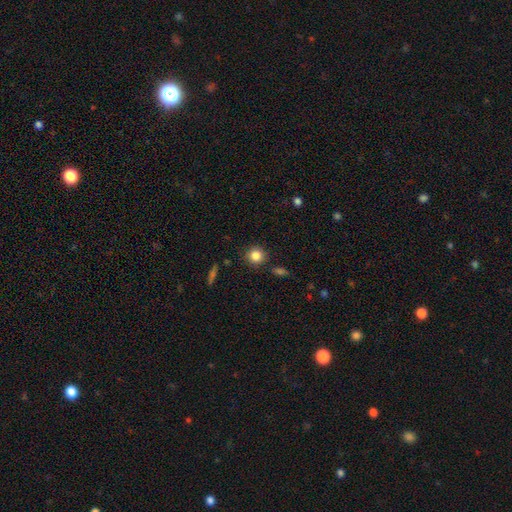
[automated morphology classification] This appears to be a smooth galaxy with no disk features (84%) that is round (89%). Merging: none (87%).